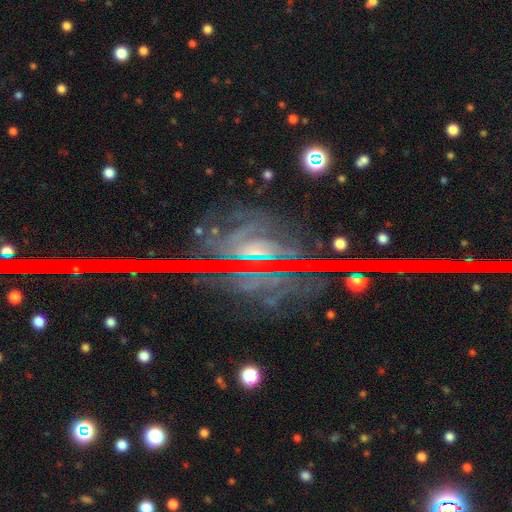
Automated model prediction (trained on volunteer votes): star or artifact 53%, featured or disk 36%, smooth 11%.